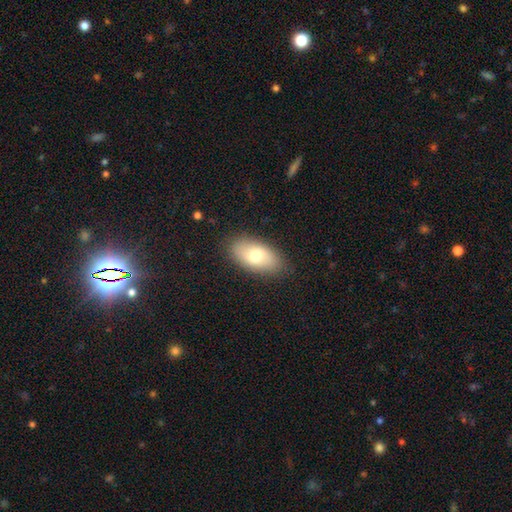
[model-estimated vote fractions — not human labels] Q: Smooth or featured?
A: smooth (72%); runner-up: featured or disk (21%)
Q: How rounded?
A: in between (92%); runner-up: round (4%)
Q: Merging?
A: none (86%); runner-up: minor disturbance (11%)